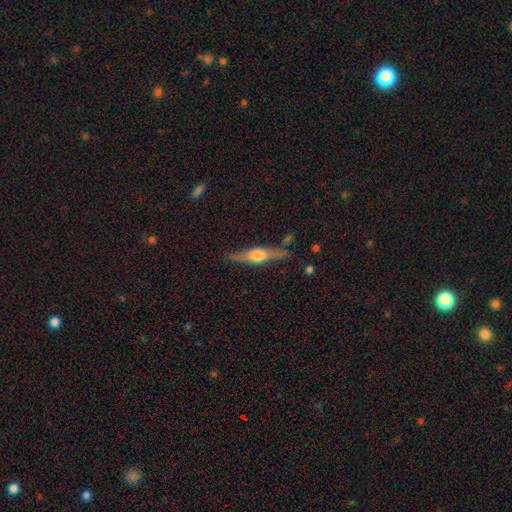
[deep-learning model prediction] Smooth or featured?
  - featured or disk: 78% *
  - smooth: 15%
  - star or artifact: 7%
Edge-on disk?
  - yes: 97% *
  - no: 3%
Edge-on bulge?
  - rounded: 91% *
  - boxy: 6%
  - none: 3%
Merging?
  - none: 85% *
  - minor disturbance: 10%
  - major disturbance: 2%
  - merger: 2%